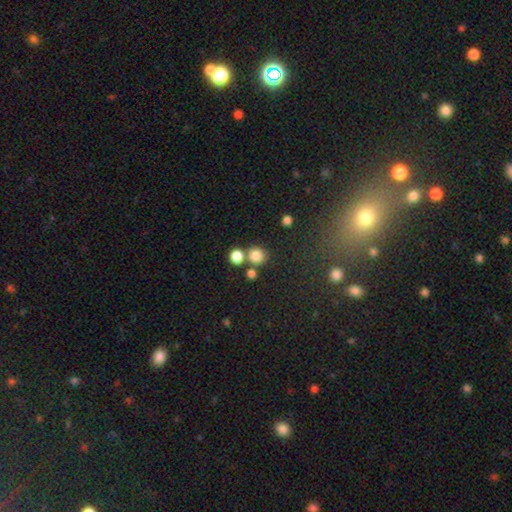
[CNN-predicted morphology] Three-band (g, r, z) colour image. It shows a smooth galaxy with no disk features (81%) that is round (87%). Merging: none (66%).